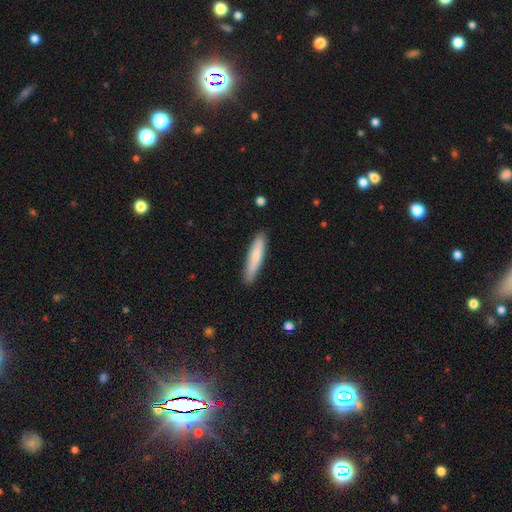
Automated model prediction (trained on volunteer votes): Smooth or featured: smooth — 74% (featured or disk — 20%)
How rounded: cigar-shaped — 87% (in between — 12%)
Merging: none — 87% (minor disturbance — 10%)